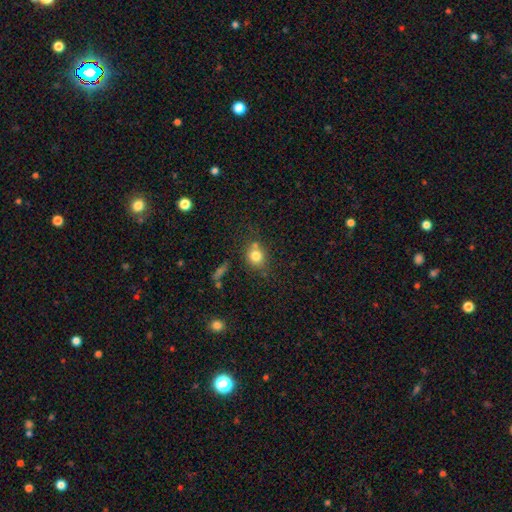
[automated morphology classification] Smooth or featured? Predicted: smooth (p=0.79). How rounded? Predicted: round (p=0.74). Merging? Predicted: none (p=0.61).